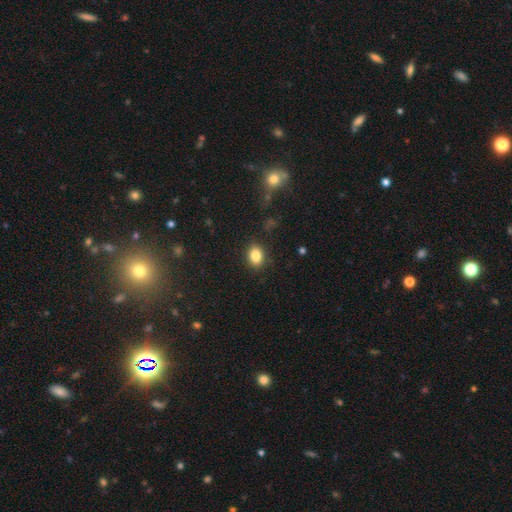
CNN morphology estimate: Q: Smooth or featured?
A: smooth (85%); runner-up: star or artifact (10%)
Q: How rounded?
A: in between (62%); runner-up: round (37%)
Q: Merging?
A: none (87%); runner-up: minor disturbance (9%)